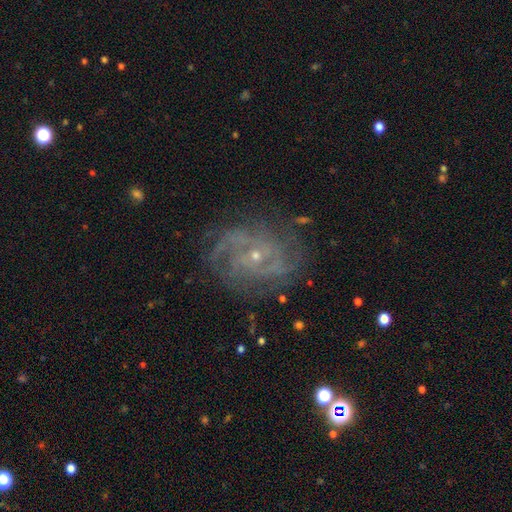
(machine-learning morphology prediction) This appears to be a featured or disk galaxy (85%) with no bar (62%), tight (50%) spiral arms (95%) and a small central bulge (75%). Merging: none (73%).